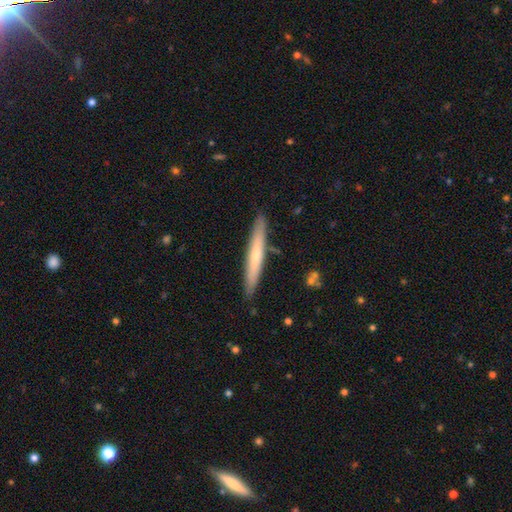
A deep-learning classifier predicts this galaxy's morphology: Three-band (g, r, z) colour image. It shows a smooth galaxy with no disk features (57%) that is cigar-shaped (96%). Merging: none (89%).